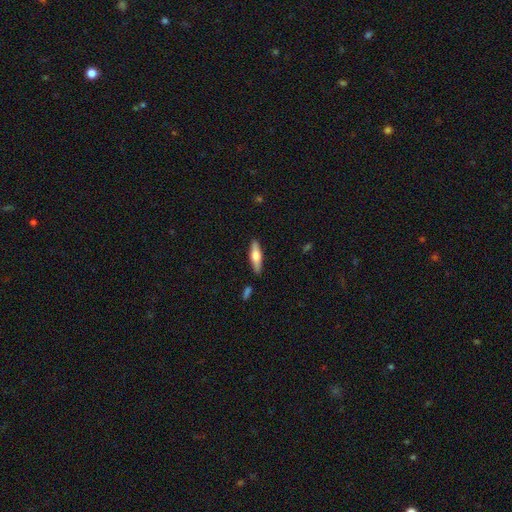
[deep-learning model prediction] Smooth or featured: smooth — 56% (featured or disk — 38%)
How rounded: cigar-shaped — 62% (in between — 36%)
Merging: none — 86% (minor disturbance — 9%)